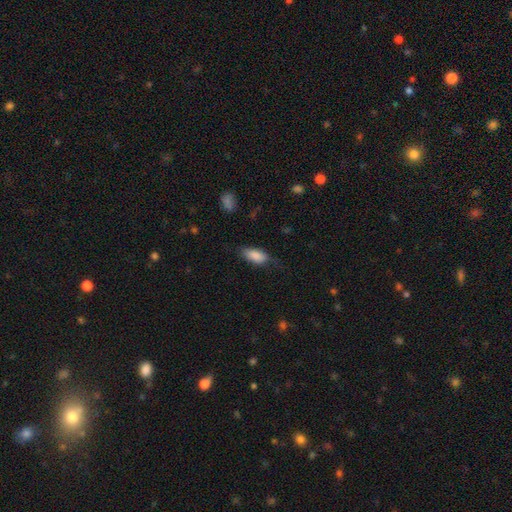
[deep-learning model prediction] Smooth or featured? Predicted: smooth (p=0.86). How rounded? Predicted: in between (p=0.88). Merging? Predicted: none (p=0.63).